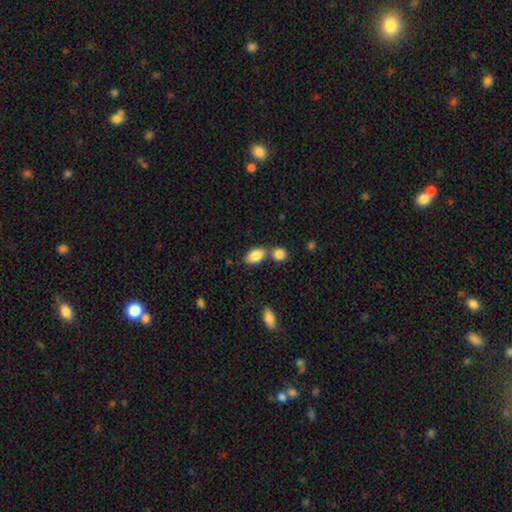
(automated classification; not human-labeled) This appears to be a smooth galaxy with no disk features (86%) that is in between round and cigar-shaped (91%). Merging: none (59%).